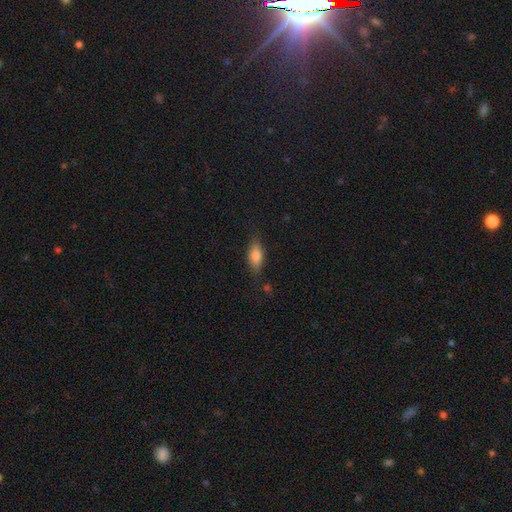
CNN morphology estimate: smooth_or_featured: smooth (p=0.74) [alt: featured or disk p=0.18]
how_rounded: in between (p=0.75) [alt: cigar-shaped p=0.22]
merging: none (p=0.77) [alt: minor disturbance p=0.17]